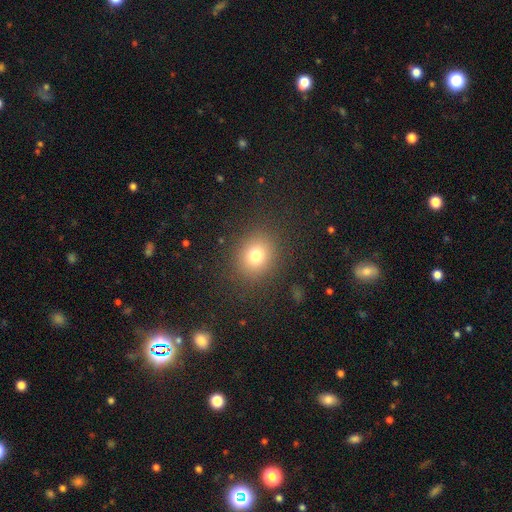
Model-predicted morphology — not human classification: Q: Smooth or featured?
A: smooth (76%); runner-up: star or artifact (15%)
Q: How rounded?
A: round (74%); runner-up: in between (26%)
Q: Merging?
A: none (86%); runner-up: minor disturbance (8%)